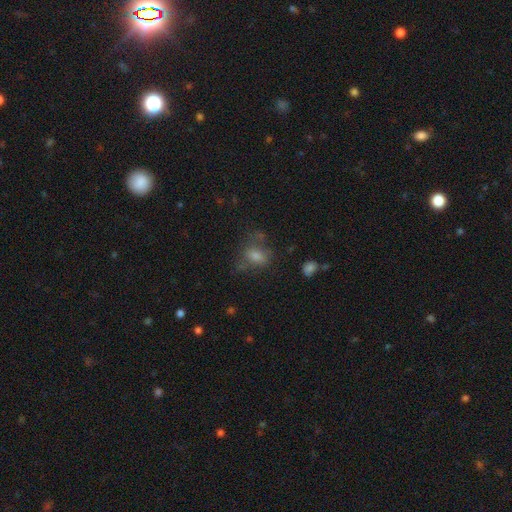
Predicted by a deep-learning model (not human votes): The model was most divided on "how rounded": in between: 62%, round: 36%, cigar-shaped: 2%. More confident: smooth or featured — smooth (61%); merging — none (53%).